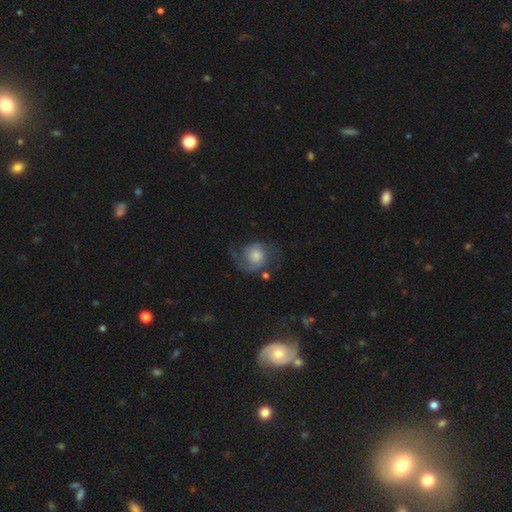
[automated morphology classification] Smooth or featured: featured or disk — 61% (smooth — 32%)
Edge-on disk: no — 98% (yes — 2%)
Bar: no — 76% (weak — 21%)
Spiral arms: yes — 89% (no — 11%)
Spiral winding: medium — 41% (loose — 36%)
Spiral arm count: 2 — 59% (1 — 23%)
Bulge size: moderate — 39% (small — 27%)
Merging: none — 50% (major disturbance — 24%)